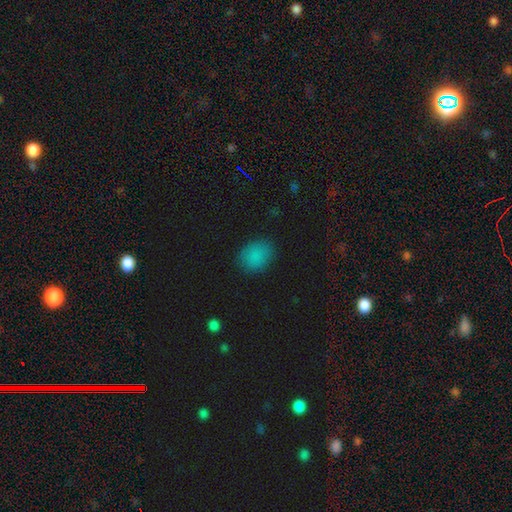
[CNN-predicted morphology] Overall: smooth (84%). How rounded: in between (60%; round 38%). Merging: none (82%).